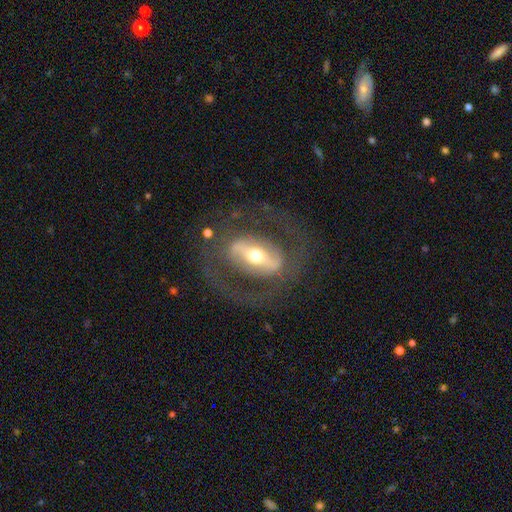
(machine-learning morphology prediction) This appears to be a featured or disk galaxy (79%) with a strong bar (60%), spiral arms (55%) and a moderate central bulge (62%). Merging: none (71%).